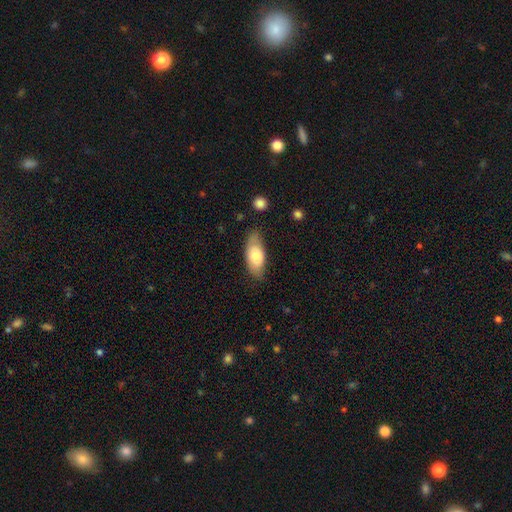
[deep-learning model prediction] The model was most divided on "smooth or featured": smooth: 74%, featured or disk: 20%, star or artifact: 6%. More confident: how rounded — in between (85%); merging — none (75%).